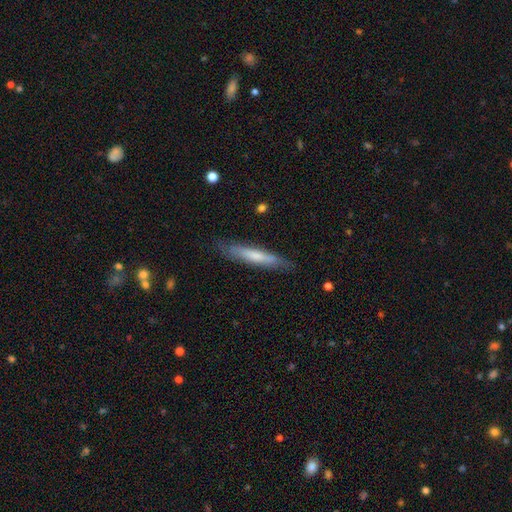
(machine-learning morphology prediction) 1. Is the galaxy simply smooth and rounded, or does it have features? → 59% smooth, 35% featured or disk, 6% star or artifact.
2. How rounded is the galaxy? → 91% cigar-shaped, 7% in between, 1% round.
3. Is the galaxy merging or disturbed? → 82% none, 14% minor disturbance, 3% major disturbance, 1% merger.